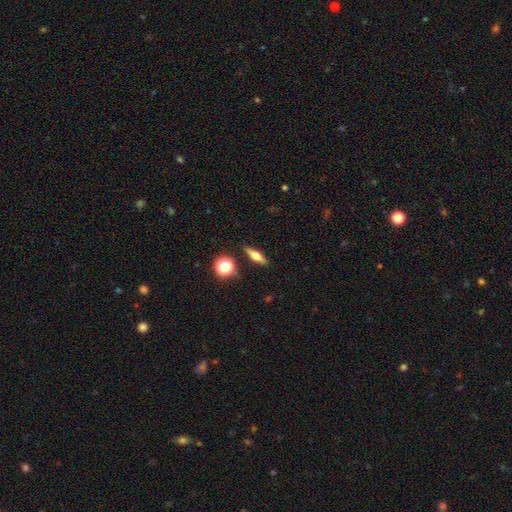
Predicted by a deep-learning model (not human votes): The model was most divided on "smooth or featured": featured or disk: 47%, smooth: 43%, star or artifact: 10%. More confident: merging — none (87%).